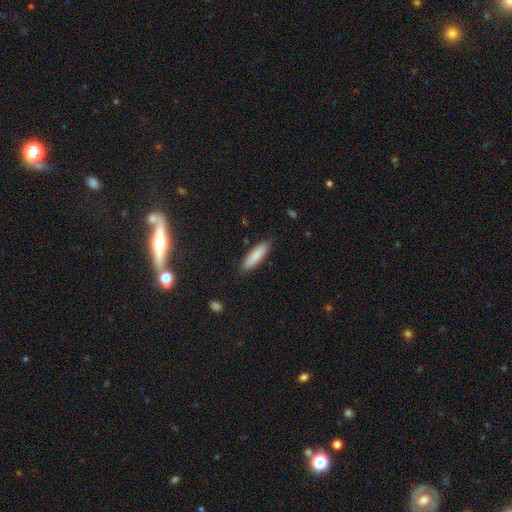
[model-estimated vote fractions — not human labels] This appears to be a smooth galaxy with no disk features (84%) that is cigar-shaped (63%). Merging: none (87%).